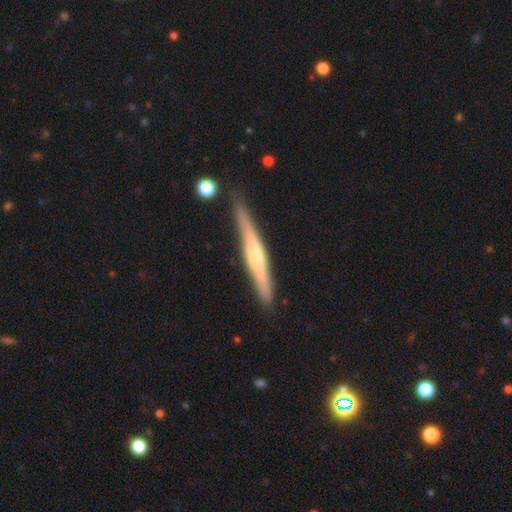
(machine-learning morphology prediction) This is likely a featured or disk galaxy (70%). It is clearly viewed edge-on (97%). Edge-on bulge: likely rounded (66%). Merging: clearly none (86%).